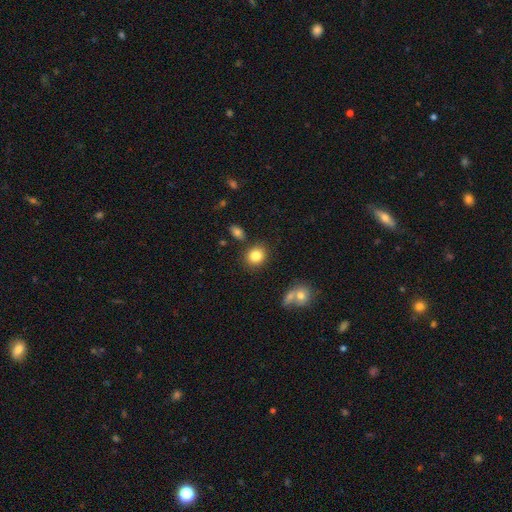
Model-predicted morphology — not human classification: This appears to be a smooth galaxy with no disk features (84%) that is round (72%). Merging: none (81%).